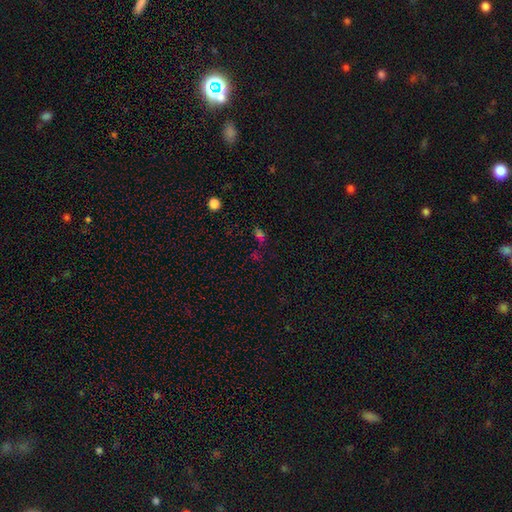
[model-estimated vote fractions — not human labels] Morphology: type=star or artifact (53%).